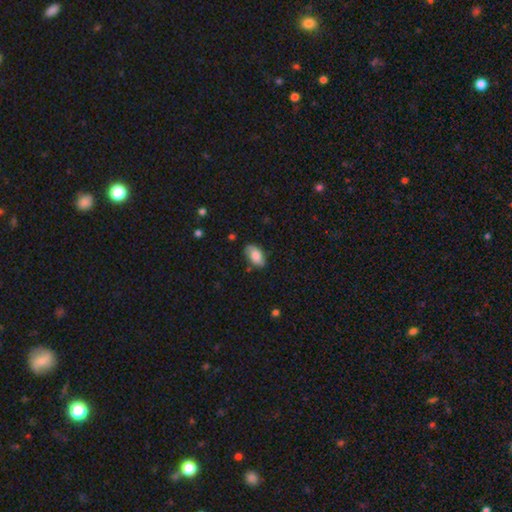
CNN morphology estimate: smooth-or-featured: smooth: 71% | featured or disk: 22% | star or artifact: 8%
  how-rounded: in between: 93% | round: 5% | cigar-shaped: 2%
  merging: none: 76% | minor disturbance: 19% | major disturbance: 4% | merger: 2%